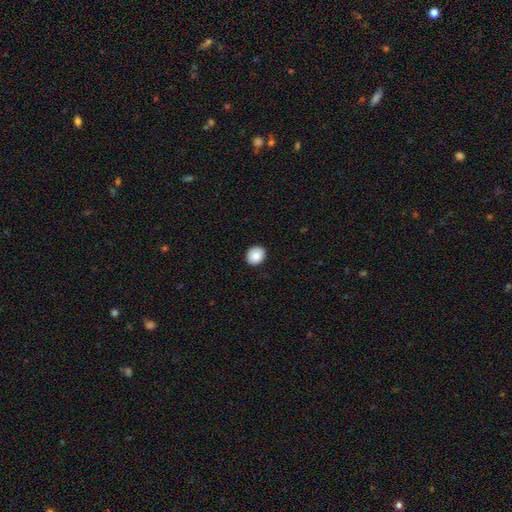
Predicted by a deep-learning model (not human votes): Morphology: type=smooth (88%); roundness=round (70%); merging=none (90%).